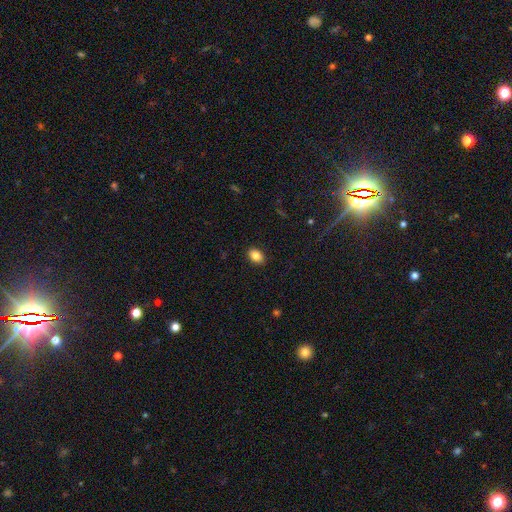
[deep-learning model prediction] A smooth galaxy with no disk features (86%) that is in between round and cigar-shaped (81%). Merging: none (90%).